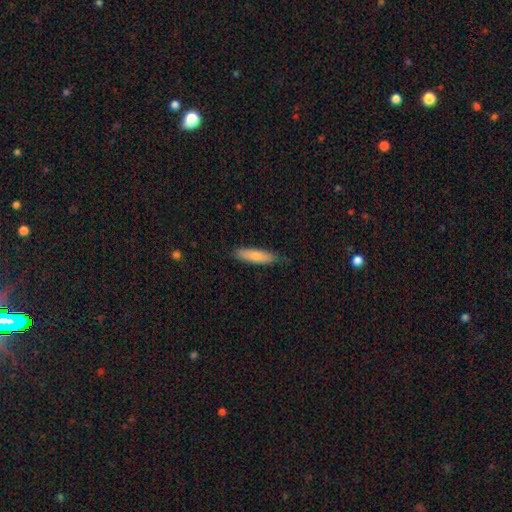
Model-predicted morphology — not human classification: Overall: smooth (77%). How rounded: cigar-shaped (74%). Merging: none (82%).